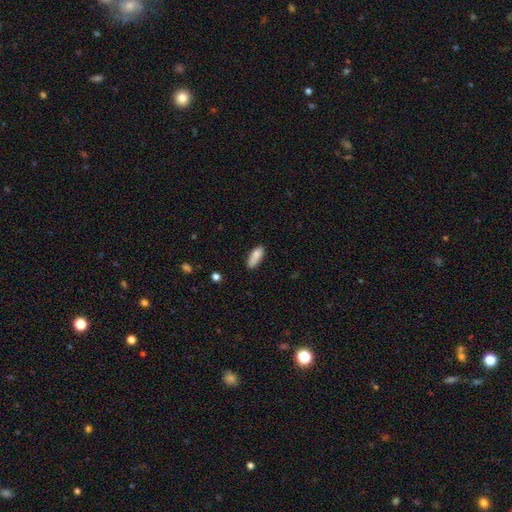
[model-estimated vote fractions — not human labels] The model was most divided on "how rounded": in between: 71%, cigar-shaped: 27%, round: 2%. More confident: smooth or featured — smooth (84%); merging — none (69%).